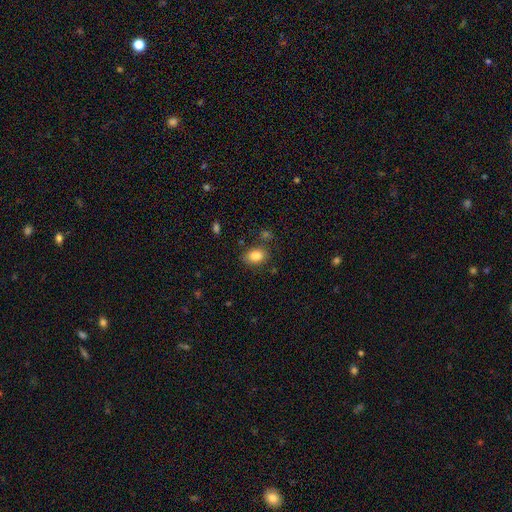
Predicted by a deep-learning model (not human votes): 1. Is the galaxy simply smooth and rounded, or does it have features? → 84% smooth, 9% star or artifact, 7% featured or disk.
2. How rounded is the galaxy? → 80% in between, 19% round, 1% cigar-shaped.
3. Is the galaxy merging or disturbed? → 78% none, 14% minor disturbance, 5% merger, 4% major disturbance.